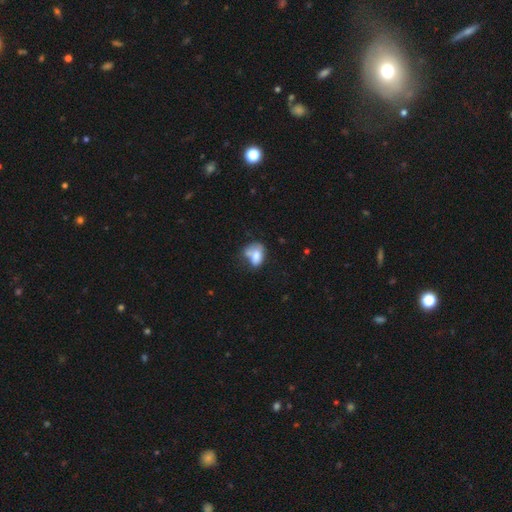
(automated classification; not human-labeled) This is likely a smooth galaxy (69%). How rounded: likely in between (75%). Merging: marginally merger (29%).